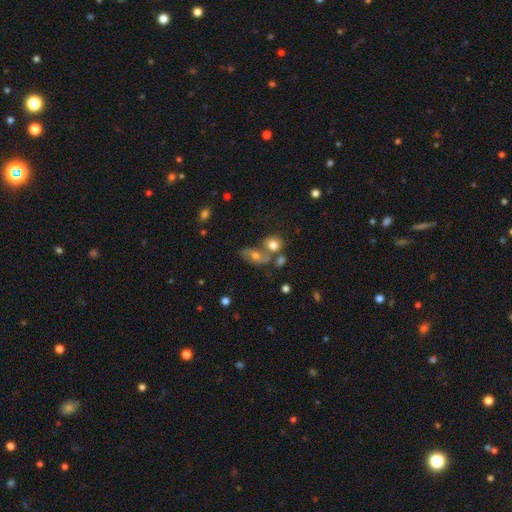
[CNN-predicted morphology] Q: Smooth or featured?
A: featured or disk (49%); runner-up: smooth (37%)
Q: Merging?
A: none (45%); runner-up: merger (27%)